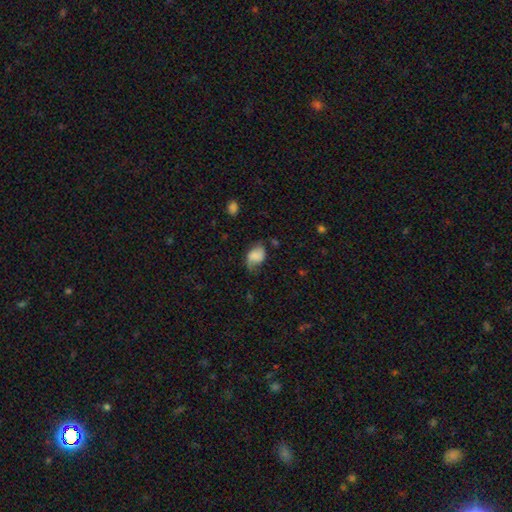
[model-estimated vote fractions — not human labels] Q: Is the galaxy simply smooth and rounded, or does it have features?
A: smooth — 63%.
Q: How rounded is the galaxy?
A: in between — 77%.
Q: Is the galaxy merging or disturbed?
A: none — 47%.